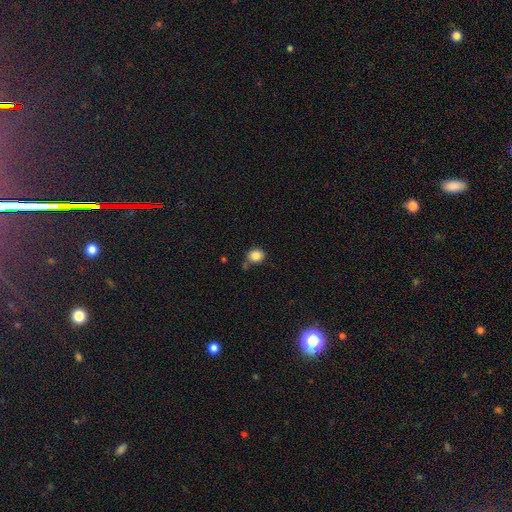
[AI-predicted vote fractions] Smooth or featured?
  - smooth: 86% *
  - star or artifact: 10%
  - featured or disk: 5%
How rounded?
  - round: 74% *
  - in between: 25%
  - cigar-shaped: 1%
Merging?
  - none: 69% *
  - minor disturbance: 17%
  - merger: 10%
  - major disturbance: 4%